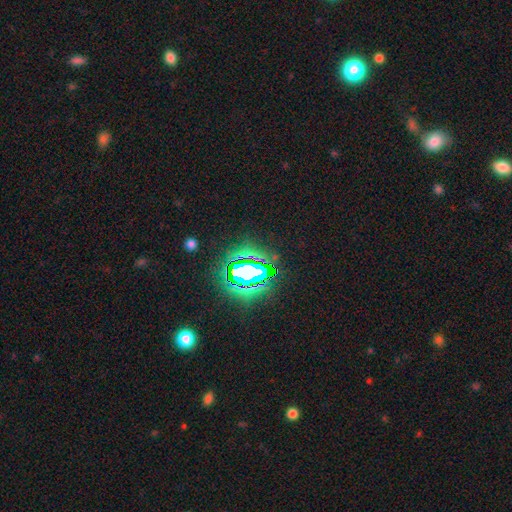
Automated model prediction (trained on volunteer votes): smooth_or_featured: star or artifact (p=0.81) [alt: smooth p=0.12]